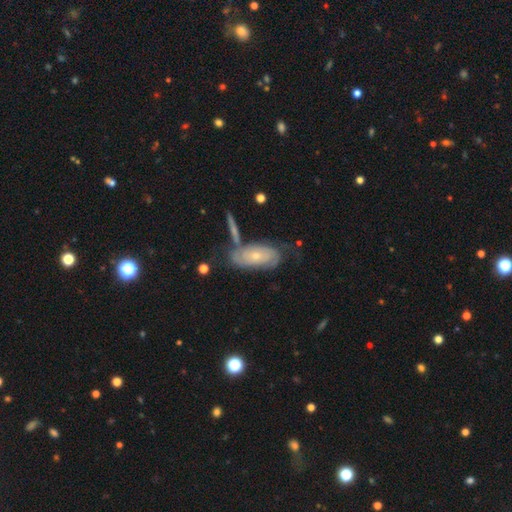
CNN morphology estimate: A featured or disk galaxy (65%) with no bar (81%), spiral arms (80%) and a small central bulge (67%).

Vote fractions:
- Smooth or featured? featured or disk: 65% / smooth: 28% / star or artifact: 7%
- Edge-on disk? no: 90% / yes: 10%
- Bar? no: 81% / weak: 16% / strong: 3%
- Spiral arms? yes: 80% / no: 20%
- Bulge size? small: 67% / moderate: 30% / none: 1% / large: 1% / dominant: 1%
- Merging? none: 52% / minor disturbance: 22% / merger: 15% / major disturbance: 11%